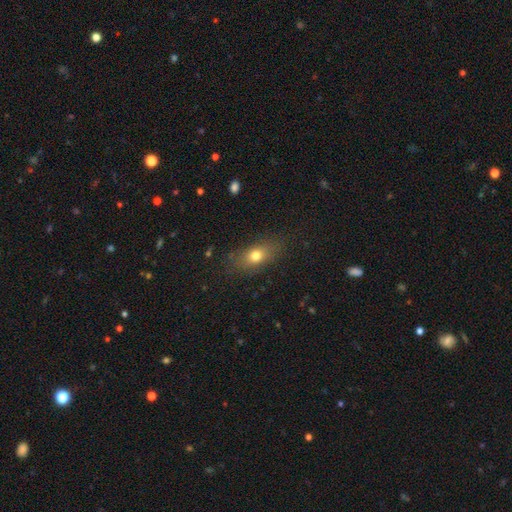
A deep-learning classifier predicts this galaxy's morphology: Smooth or featured? Predicted: smooth (p=0.74). How rounded? Predicted: in between (p=0.70). Merging? Predicted: none (p=0.77).